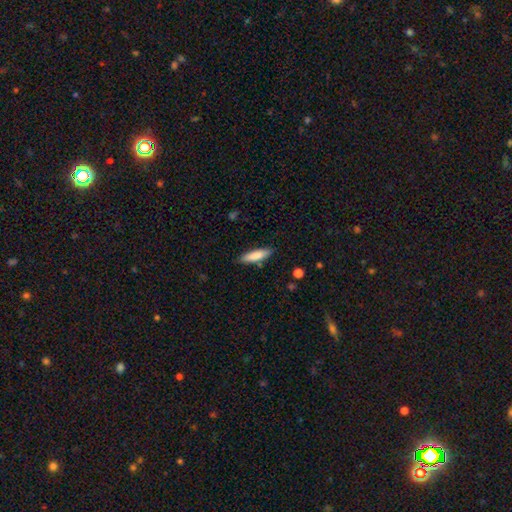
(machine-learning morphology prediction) This is clearly a smooth galaxy (83%). How rounded: likely cigar-shaped (65%). Merging: clearly none (85%).